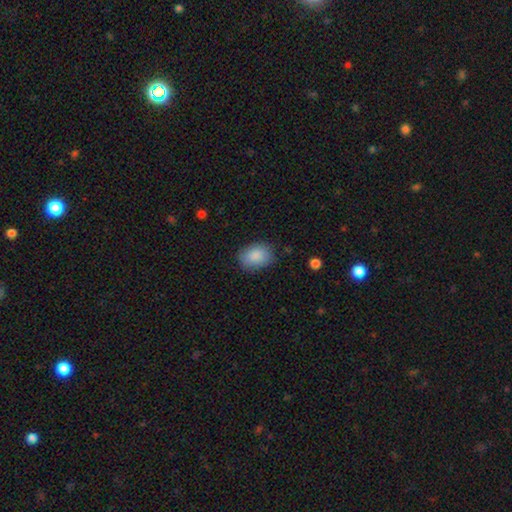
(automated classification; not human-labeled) smooth-or-featured: smooth: 87% | star or artifact: 7% | featured or disk: 6%
  how-rounded: in between: 69% | round: 30% | cigar-shaped: 1%
  merging: none: 78% | minor disturbance: 16% | major disturbance: 4% | merger: 1%